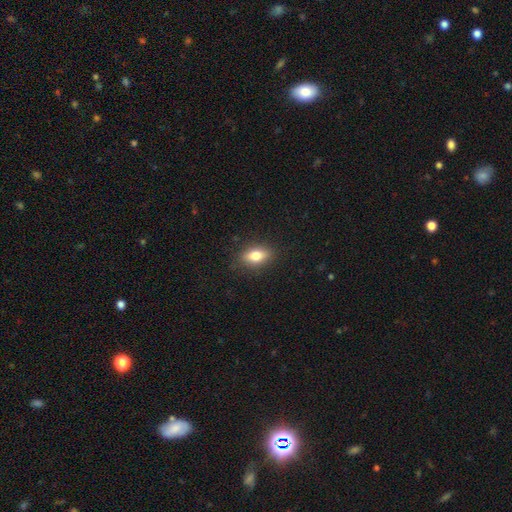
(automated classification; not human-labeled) A smooth galaxy with no disk features (76%) that is in between round and cigar-shaped (82%).

Vote fractions:
- Smooth or featured? smooth: 76% / featured or disk: 15% / star or artifact: 9%
- How rounded? in between: 82% / round: 11% / cigar-shaped: 8%
- Merging? none: 86% / minor disturbance: 11% / major disturbance: 3% / merger: 1%